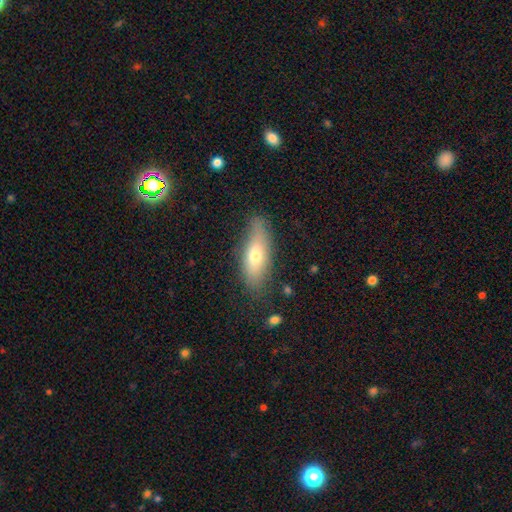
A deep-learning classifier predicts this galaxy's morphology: smooth-or-featured: smooth: 67% | featured or disk: 25% | star or artifact: 7%
  how-rounded: in between: 63% | cigar-shaped: 34% | round: 3%
  merging: none: 75% | minor disturbance: 17% | major disturbance: 5% | merger: 2%